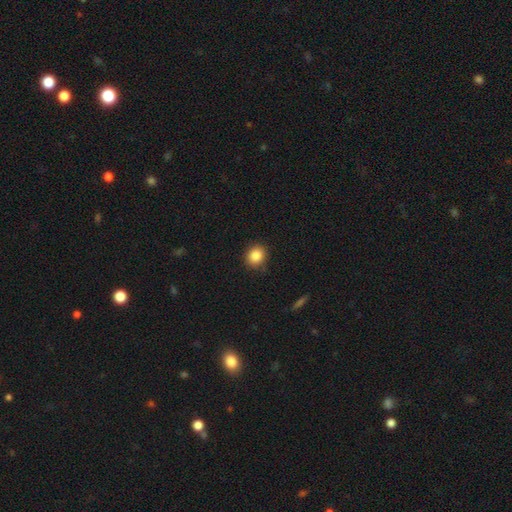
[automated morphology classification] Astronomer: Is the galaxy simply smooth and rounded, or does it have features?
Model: smooth — 86%.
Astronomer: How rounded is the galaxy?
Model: round — 78%.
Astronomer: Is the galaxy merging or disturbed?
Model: none — 86%.